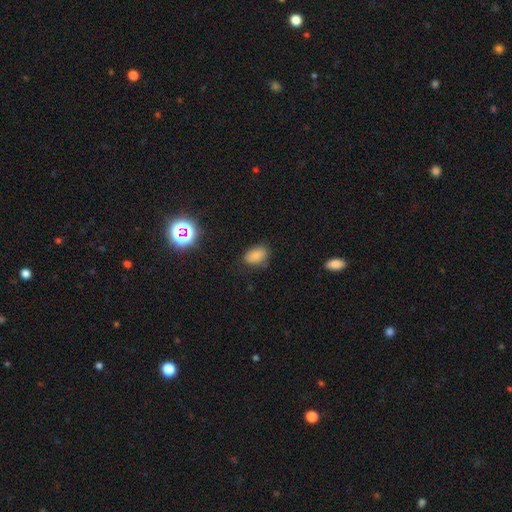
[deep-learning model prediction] Smooth or featured? smooth (81%)
How rounded? in between (88%)
Merging? none (74%)